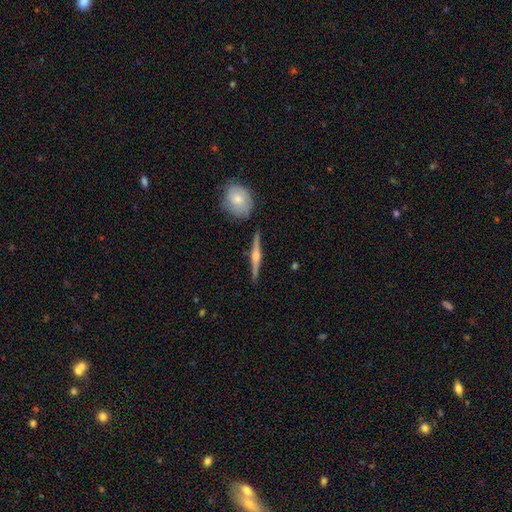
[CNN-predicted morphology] type=featured or disk (78%); edge-on=yes (98%); edge-on bulge=rounded (88%); merging=none (88%).